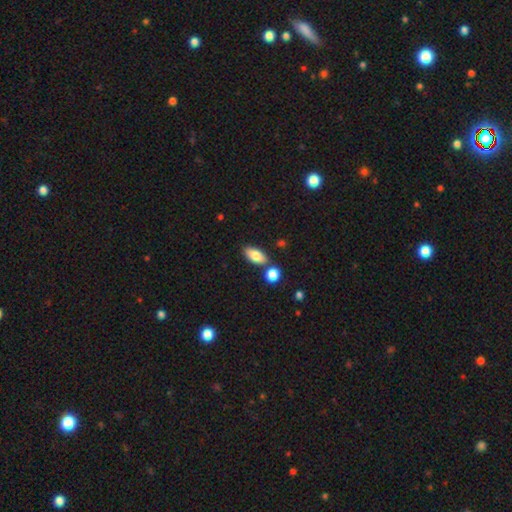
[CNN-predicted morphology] smooth-or-featured: smooth: 80% | featured or disk: 13% | star or artifact: 7%
  how-rounded: in between: 87% | cigar-shaped: 9% | round: 5%
  merging: none: 74% | merger: 12% | minor disturbance: 11% | major disturbance: 3%